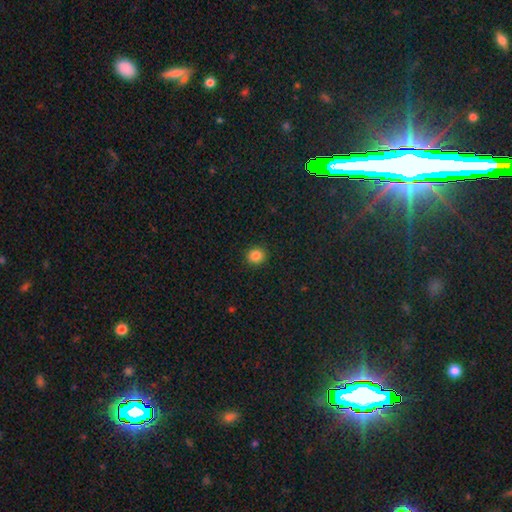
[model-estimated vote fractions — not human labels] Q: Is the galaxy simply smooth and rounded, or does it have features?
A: smooth — 85%.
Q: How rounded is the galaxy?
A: round — 87%.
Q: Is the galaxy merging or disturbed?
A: none — 93%.